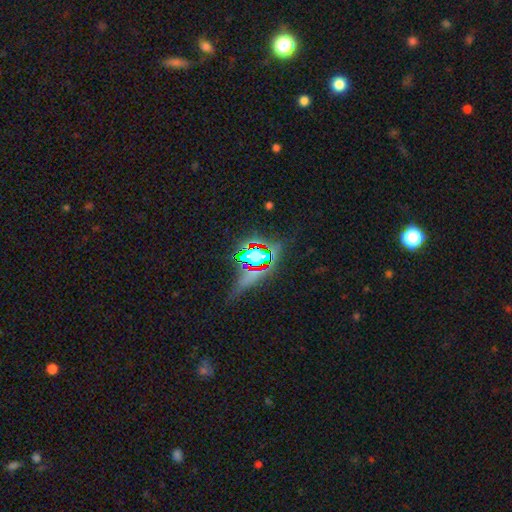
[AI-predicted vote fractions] Smooth or featured? star or artifact (60%)